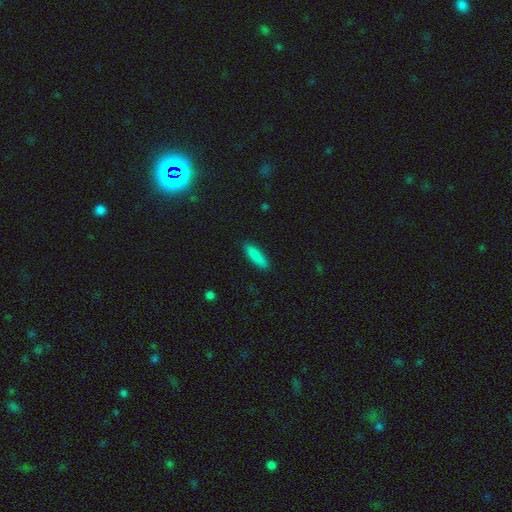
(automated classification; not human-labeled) Q: Smooth or featured?
A: smooth (87%); runner-up: star or artifact (7%)
Q: How rounded?
A: cigar-shaped (64%); runner-up: in between (34%)
Q: Merging?
A: none (88%); runner-up: minor disturbance (9%)